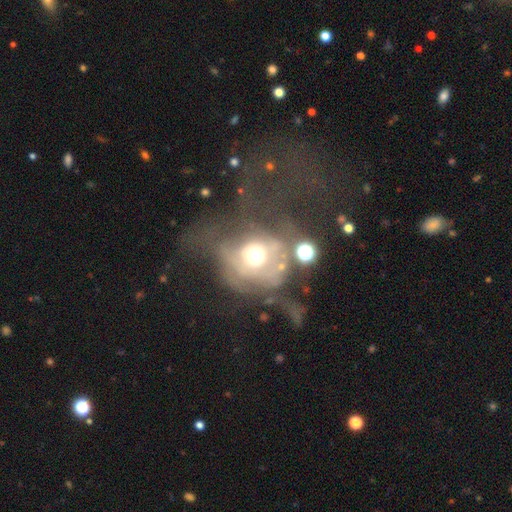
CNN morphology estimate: Overall: featured or disk (51%; smooth 35%). Edge-on disk: no (95%). Merging: major disturbance (49%; none 26%).